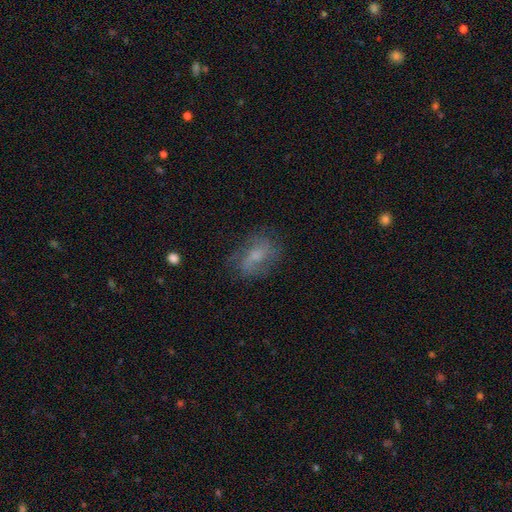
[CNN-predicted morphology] smooth-or-featured: featured or disk: 46% | smooth: 43% | star or artifact: 11%
  merging: none: 59% | minor disturbance: 24% | major disturbance: 15% | merger: 2%